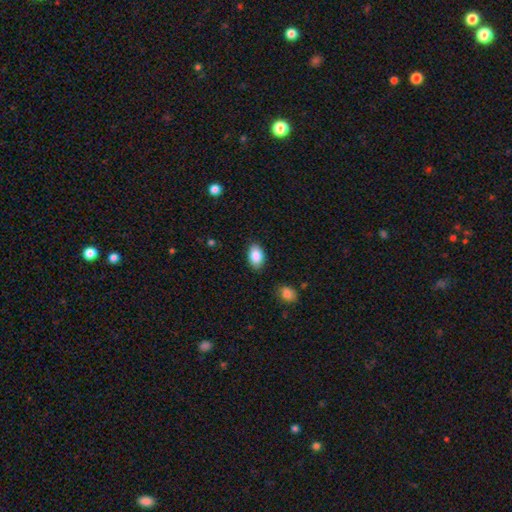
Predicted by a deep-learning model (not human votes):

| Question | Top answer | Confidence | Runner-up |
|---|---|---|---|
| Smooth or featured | smooth | 87% | star or artifact (7%) |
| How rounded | in between | 91% | round (8%) |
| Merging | none | 85% | minor disturbance (11%) |